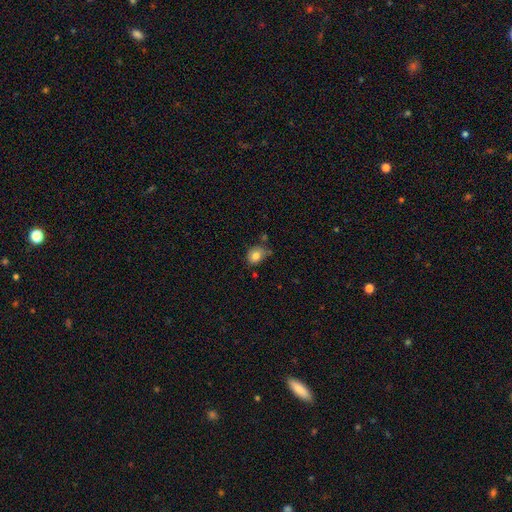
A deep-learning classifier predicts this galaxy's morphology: This is clearly a smooth galaxy (80%). How rounded: possibly round (57%). Merging: possibly none (55%).